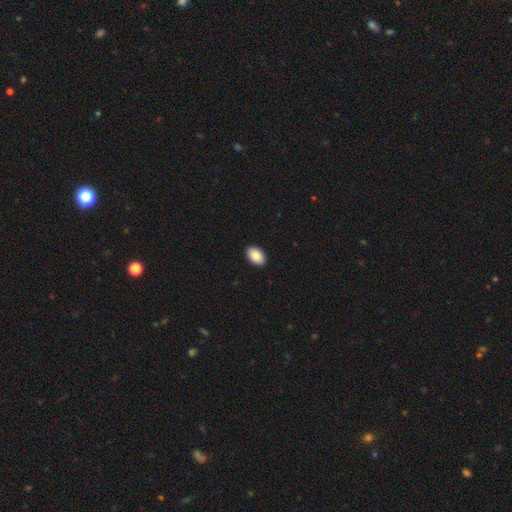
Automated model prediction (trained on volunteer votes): Overall: smooth (88%). How rounded: in between (91%). Merging: none (92%).